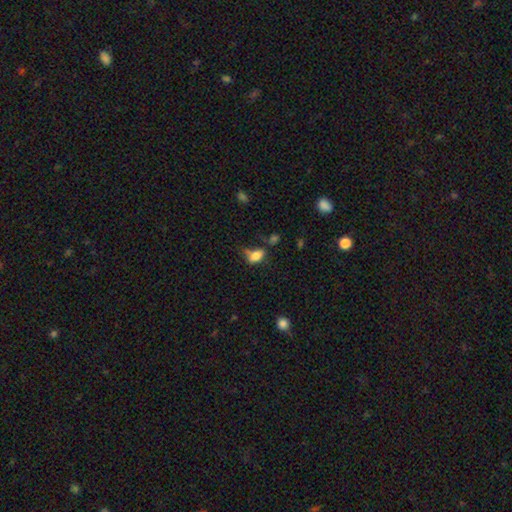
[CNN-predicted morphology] Smooth or featured? Predicted: smooth (p=0.80). How rounded? Predicted: in between (p=0.87). Merging? Predicted: none (p=0.41).